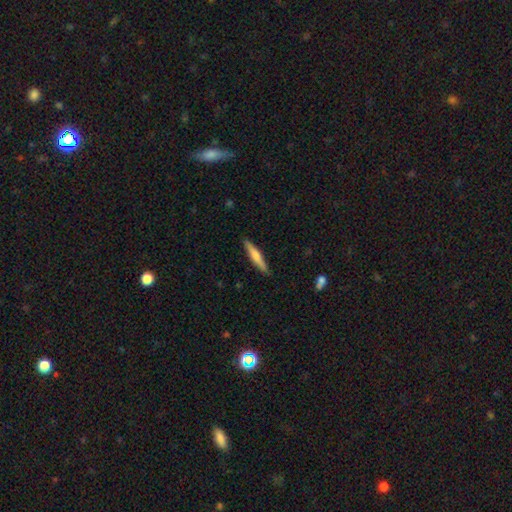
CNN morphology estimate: Smooth or featured?
  - smooth: 54% *
  - featured or disk: 41%
  - star or artifact: 5%
How rounded?
  - cigar-shaped: 91% *
  - in between: 7%
  - round: 2%
Merging?
  - none: 89% *
  - minor disturbance: 8%
  - major disturbance: 2%
  - merger: 1%